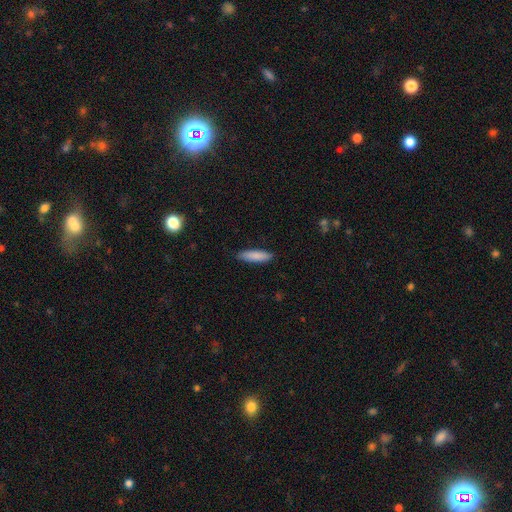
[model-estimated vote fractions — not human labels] The model was most divided on "how rounded": cigar-shaped: 69%, in between: 30%, round: 1%. More confident: merging — none (87%); smooth or featured — smooth (86%).